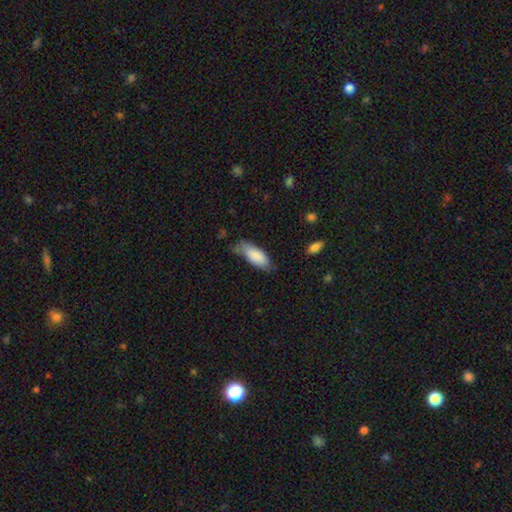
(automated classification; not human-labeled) A smooth galaxy with no disk features (85%) that is in between round and cigar-shaped (80%).

Vote fractions:
- Smooth or featured? smooth: 85% / featured or disk: 9% / star or artifact: 6%
- How rounded? in between: 80% / cigar-shaped: 18% / round: 2%
- Merging? none: 49% / minor disturbance: 38% / major disturbance: 10% / merger: 3%